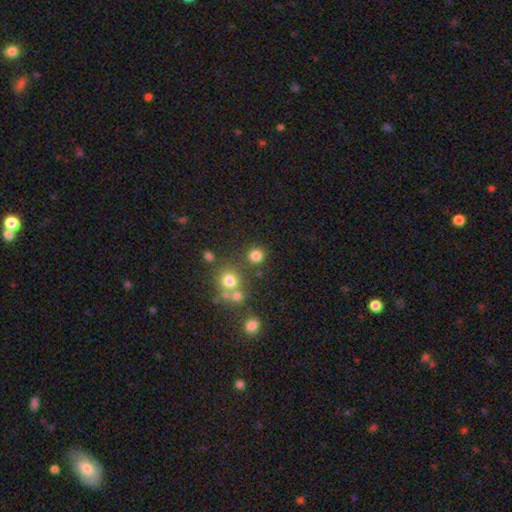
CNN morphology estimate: A smooth galaxy with no disk features (80%) that is round (90%). Merging: none (80%).